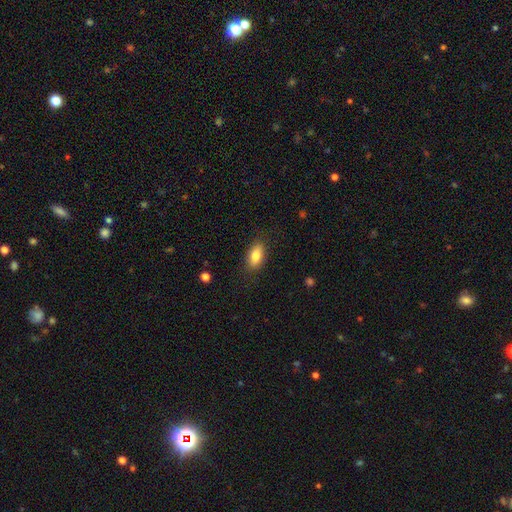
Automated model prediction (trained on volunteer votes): Smooth or featured: smooth — 82% (featured or disk — 11%)
How rounded: in between — 88% (cigar-shaped — 7%)
Merging: none — 85% (minor disturbance — 11%)